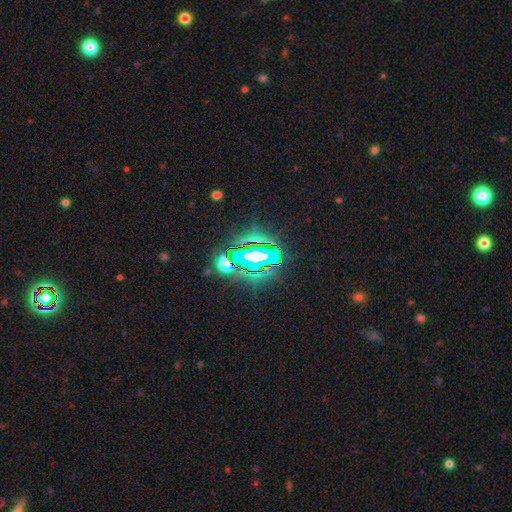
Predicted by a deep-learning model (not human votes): The model was most divided on "smooth or featured": star or artifact: 69%, featured or disk: 17%, smooth: 14%.